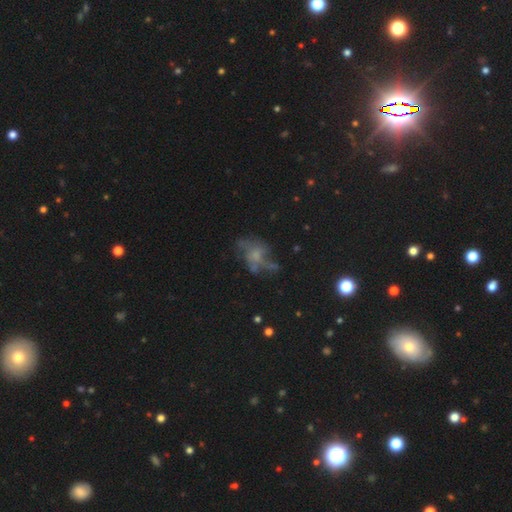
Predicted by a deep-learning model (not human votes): Smooth or featured: featured or disk — 53% (smooth — 28%)
Edge-on disk: no — 97% (yes — 3%)
Bar: no — 82% (weak — 15%)
Spiral arms: no — 59% (yes — 41%)
Bulge size: none — 40% (small — 31%)
Merging: none — 40% (major disturbance — 34%)